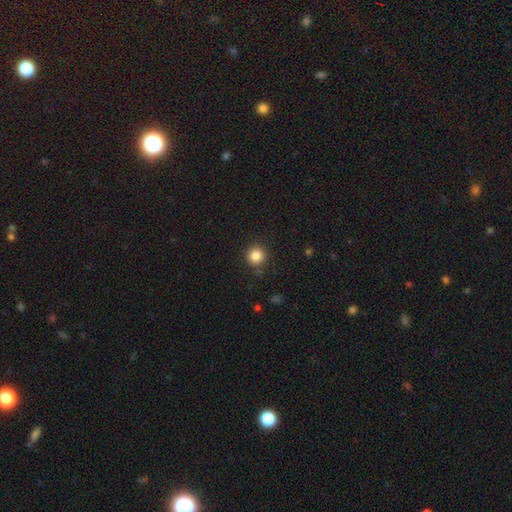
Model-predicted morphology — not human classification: Smooth or featured? smooth (85%)
How rounded? round (93%)
Merging? none (88%)